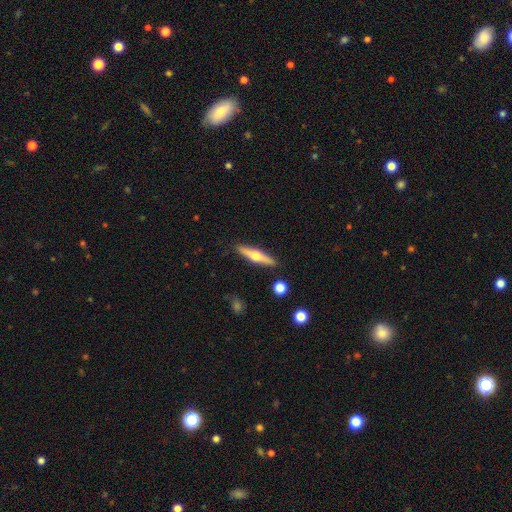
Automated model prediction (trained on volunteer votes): This is possibly a featured or disk galaxy (57%). It is clearly viewed edge-on (95%). Edge-on bulge: clearly rounded (94%). Merging: clearly none (89%).